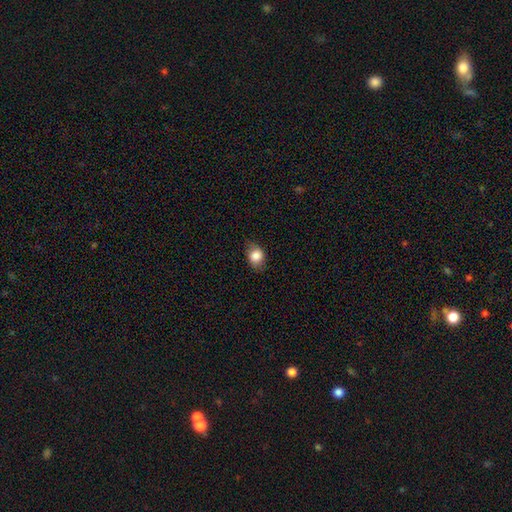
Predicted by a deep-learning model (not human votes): A smooth galaxy with no disk features (83%) that is in between round and cigar-shaped (51%). Merging: none (75%).